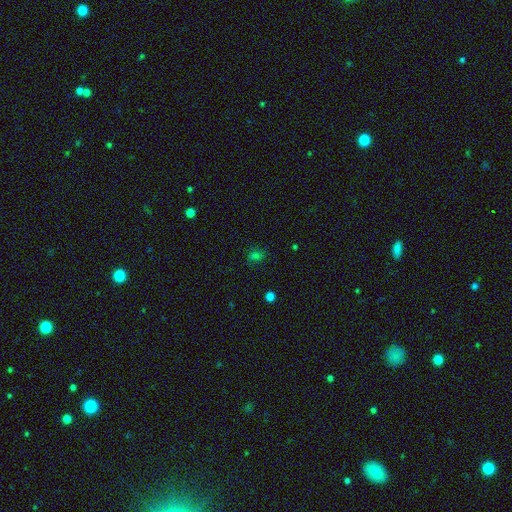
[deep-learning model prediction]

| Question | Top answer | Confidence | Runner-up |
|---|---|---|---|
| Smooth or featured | smooth | 66% | star or artifact (27%) |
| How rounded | in between | 60% | round (38%) |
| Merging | none | 76% | minor disturbance (17%) |